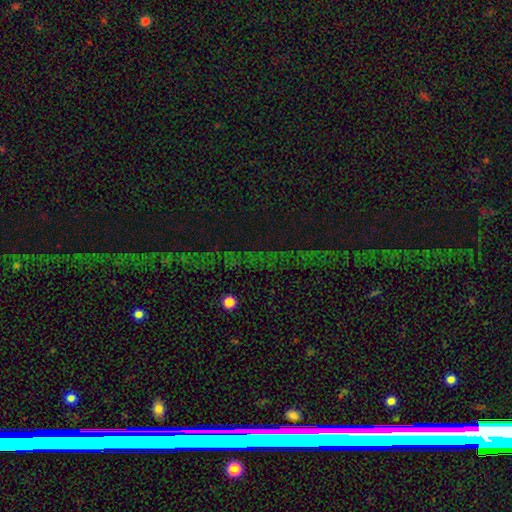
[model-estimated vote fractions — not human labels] Morphology: type=star or artifact (73%).